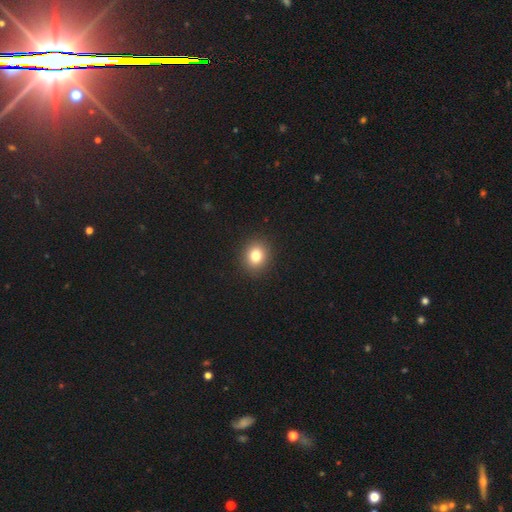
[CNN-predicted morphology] This is clearly a smooth galaxy (80%). How rounded: likely round (71%). Merging: clearly none (91%).